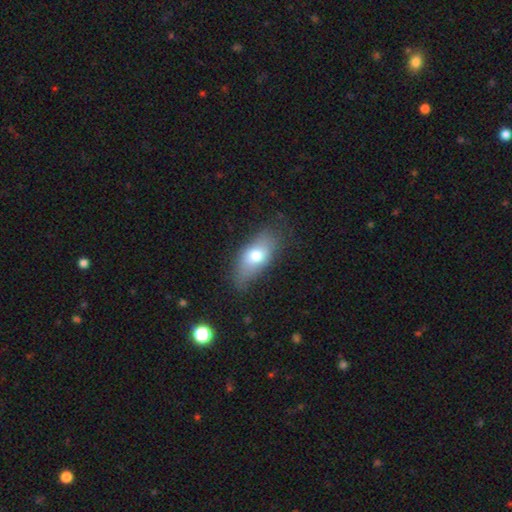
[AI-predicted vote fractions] Smooth or featured? smooth (69%)
How rounded? in between (86%)
Merging? none (66%)